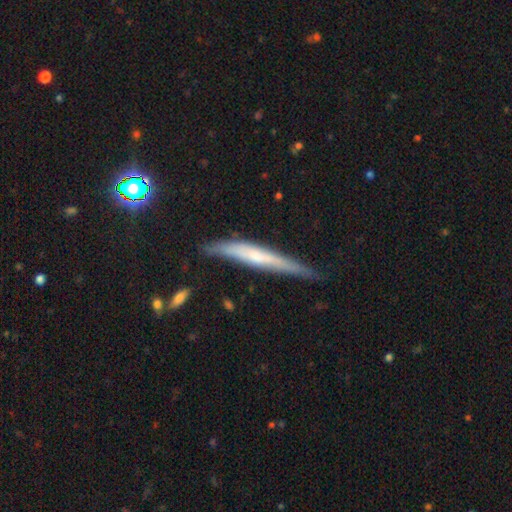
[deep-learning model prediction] A featured or disk galaxy (54%) viewed edge-on (92%) with no central bulge (47%). Merging: none (70%).